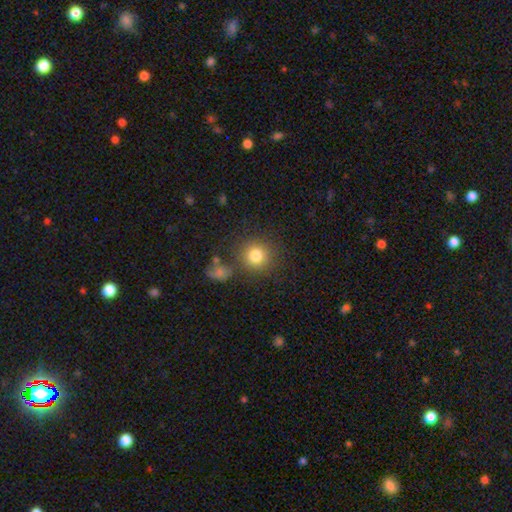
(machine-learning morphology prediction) smooth-or-featured: smooth: 81% | star or artifact: 12% | featured or disk: 7%
  how-rounded: round: 92% | in between: 7% | cigar-shaped: 1%
  merging: none: 80% | minor disturbance: 9% | merger: 7% | major disturbance: 4%